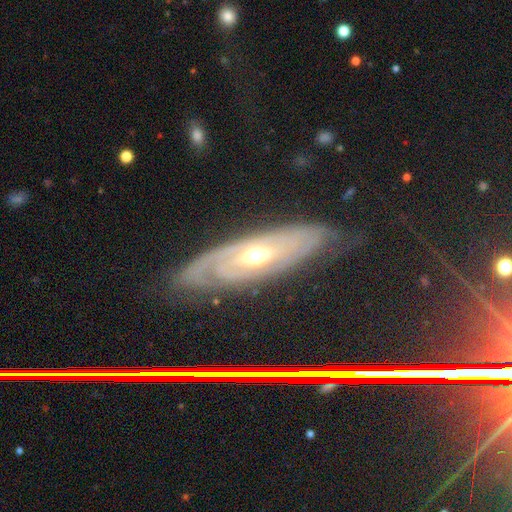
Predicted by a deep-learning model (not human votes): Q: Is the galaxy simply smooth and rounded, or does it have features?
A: featured or disk — 79%.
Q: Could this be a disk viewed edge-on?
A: no — 79%.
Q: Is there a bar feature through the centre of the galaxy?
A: no — 68%.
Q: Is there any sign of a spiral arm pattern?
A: yes — 83%.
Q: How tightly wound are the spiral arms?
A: tight — 72%.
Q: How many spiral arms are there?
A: can't tell — 44%.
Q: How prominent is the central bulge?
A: moderate — 76%.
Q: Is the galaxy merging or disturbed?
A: none — 76%.